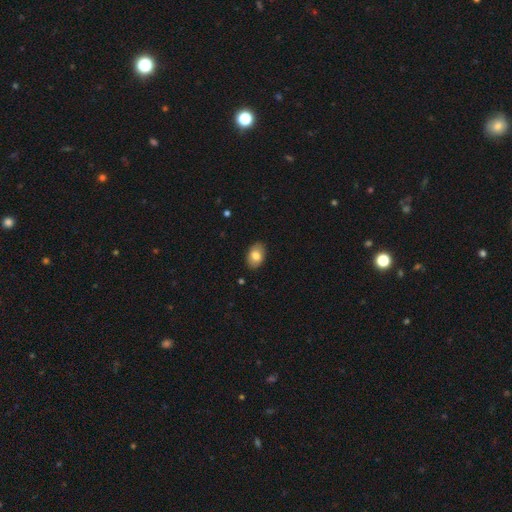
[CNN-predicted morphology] Smooth or featured? Predicted: smooth (p=0.82). How rounded? Predicted: in between (p=0.88). Merging? Predicted: none (p=0.86).